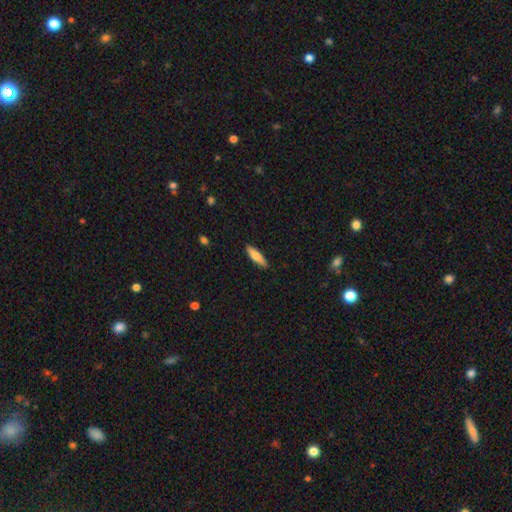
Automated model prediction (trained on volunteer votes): smooth_or_featured: smooth (p=0.74) [alt: featured or disk p=0.20]
how_rounded: cigar-shaped (p=0.69) [alt: in between p=0.29]
merging: none (p=0.88) [alt: minor disturbance p=0.09]